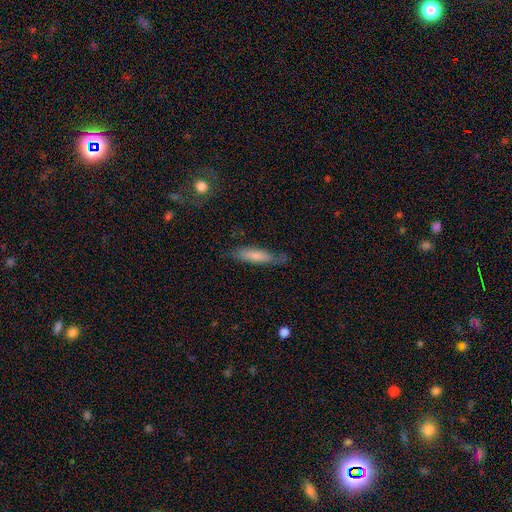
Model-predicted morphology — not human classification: type=smooth (70%); roundness=cigar-shaped (73%); merging=none (72%).